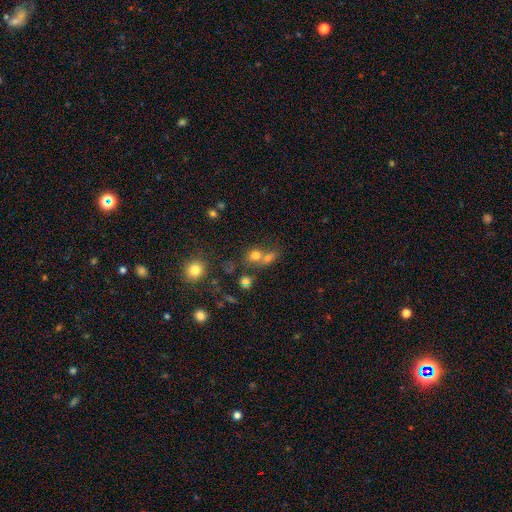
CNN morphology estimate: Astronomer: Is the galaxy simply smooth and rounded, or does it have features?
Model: smooth — 71%.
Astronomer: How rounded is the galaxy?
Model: round — 70%.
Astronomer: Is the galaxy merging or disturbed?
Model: merger — 49% (runner-up: none, 38%).